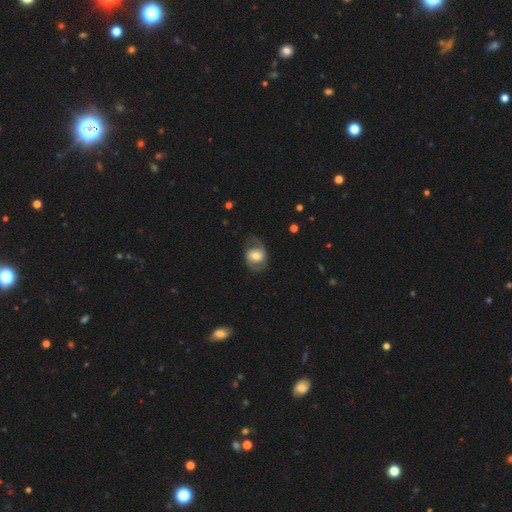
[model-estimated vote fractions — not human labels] Smooth or featured? Predicted: featured or disk (p=0.53). Edge-on disk? Predicted: no (p=0.96). Bar? Predicted: no (p=0.49). Spiral arms? Predicted: yes (p=0.77). Bulge size? Predicted: moderate (p=0.58). Merging? Predicted: none (p=0.64).